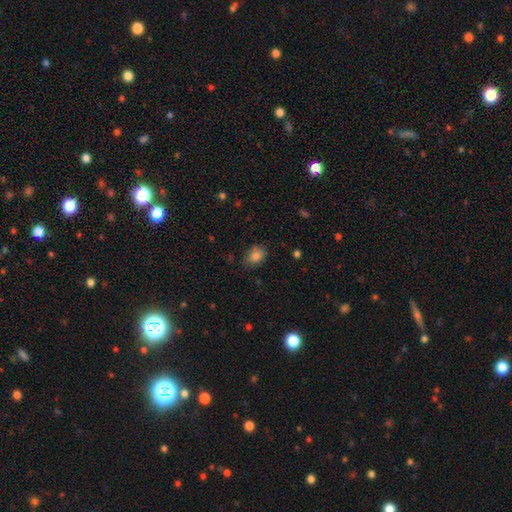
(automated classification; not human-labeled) Morphology: type=smooth (82%); roundness=in between (64%); merging=none (79%).